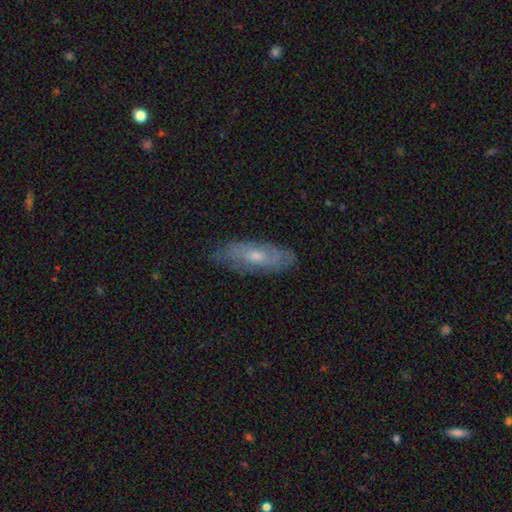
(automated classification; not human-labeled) featured or disk 55%, smooth 38%, star or artifact 7%. Down the decision tree: edge-on disk — no (77%); merging — none (77%).